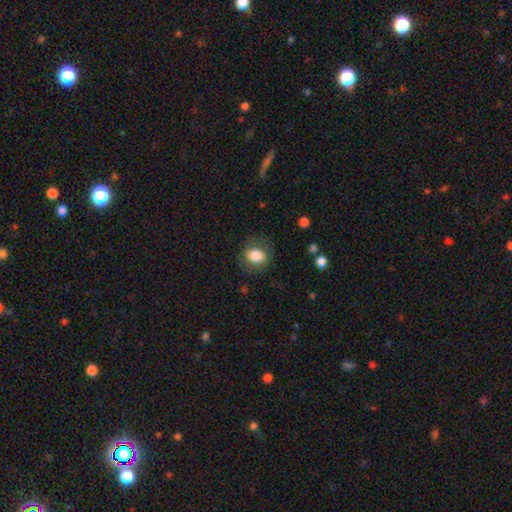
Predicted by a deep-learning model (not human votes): Overall: smooth (81%). How rounded: round (52%; in between 47%). Merging: none (77%).